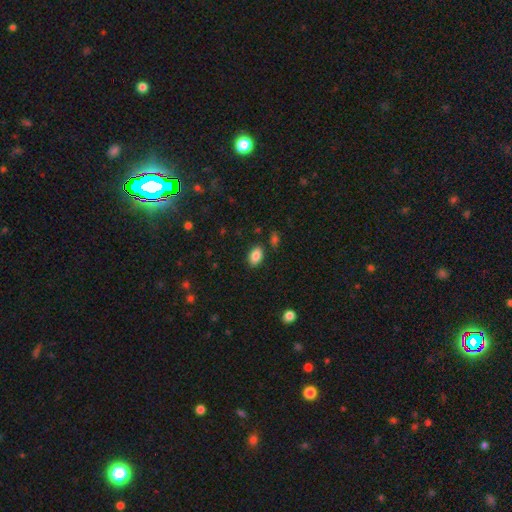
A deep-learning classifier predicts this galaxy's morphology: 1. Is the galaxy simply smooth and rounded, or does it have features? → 86% smooth, 8% star or artifact, 6% featured or disk.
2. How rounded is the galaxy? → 90% in between, 8% round, 2% cigar-shaped.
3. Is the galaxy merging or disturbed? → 84% none, 10% minor disturbance, 3% merger, 3% major disturbance.